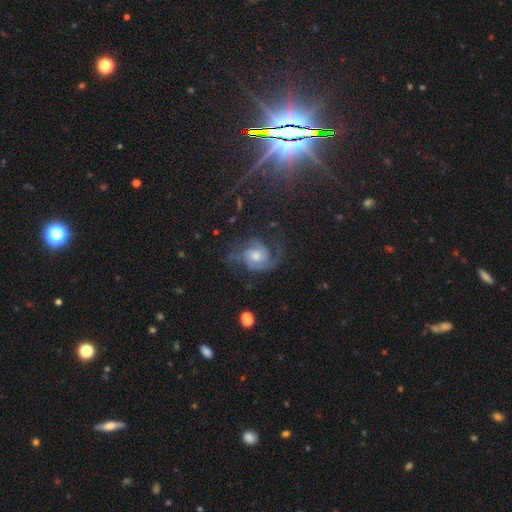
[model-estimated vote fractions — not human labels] Q: Smooth or featured?
A: featured or disk (81%); runner-up: star or artifact (10%)
Q: Edge-on disk?
A: no (97%); runner-up: yes (3%)
Q: Bar?
A: no (61%); runner-up: weak (32%)
Q: Spiral arms?
A: yes (96%); runner-up: no (4%)
Q: Spiral winding?
A: medium (47%); runner-up: tight (40%)
Q: Spiral arm count?
A: 2 (57%); runner-up: 3 (16%)
Q: Bulge size?
A: moderate (59%); runner-up: small (25%)
Q: Merging?
A: none (65%); runner-up: minor disturbance (19%)